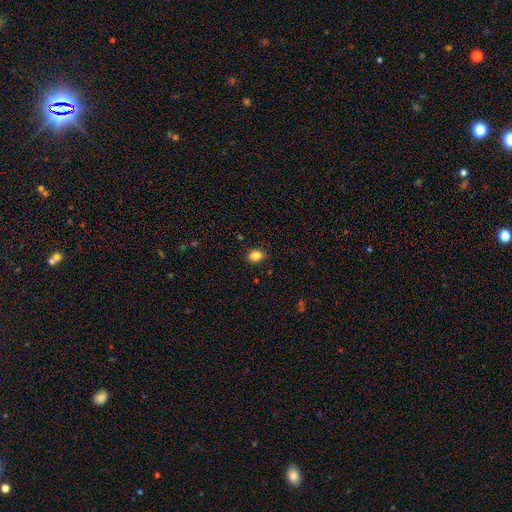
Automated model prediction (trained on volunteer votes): The model was most divided on "how rounded": in between: 69%, round: 30%, cigar-shaped: 1%. More confident: merging — none (88%); smooth or featured — smooth (85%).